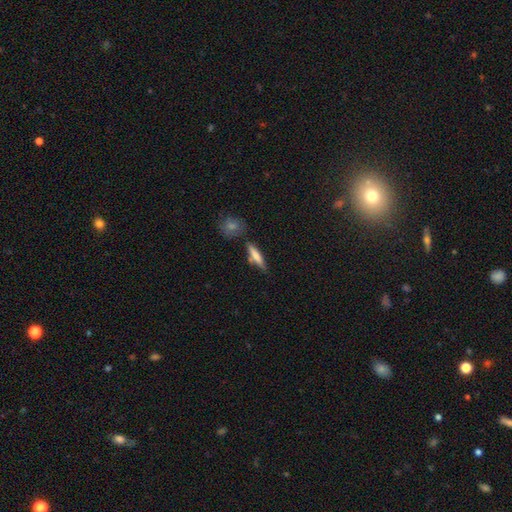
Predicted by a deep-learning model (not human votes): Q: Smooth or featured?
A: smooth (63%); runner-up: featured or disk (30%)
Q: How rounded?
A: cigar-shaped (82%); runner-up: in between (16%)
Q: Merging?
A: none (72%); runner-up: minor disturbance (15%)